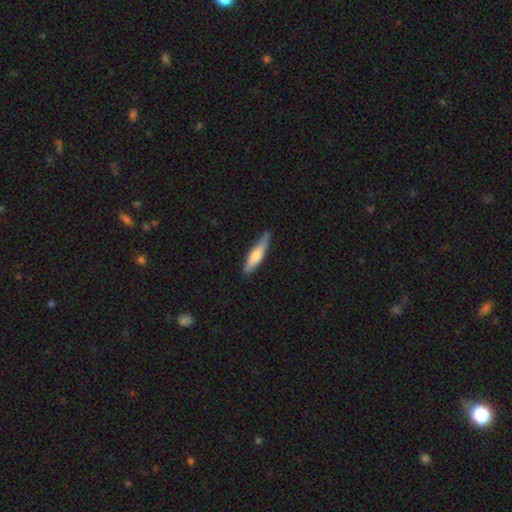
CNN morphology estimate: smooth-or-featured: smooth: 65% | featured or disk: 30% | star or artifact: 5%
  how-rounded: cigar-shaped: 78% | in between: 20% | round: 2%
  merging: none: 79% | minor disturbance: 17% | major disturbance: 2% | merger: 1%